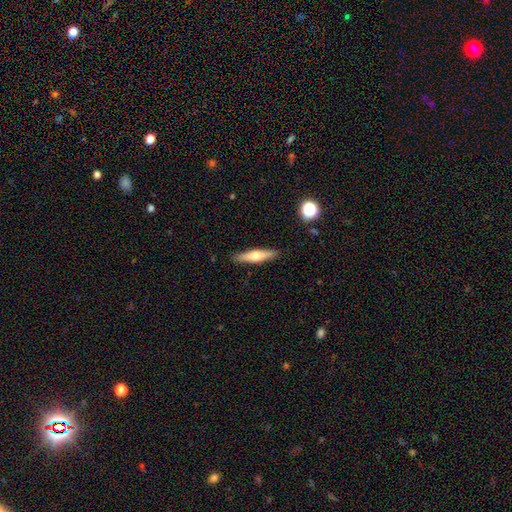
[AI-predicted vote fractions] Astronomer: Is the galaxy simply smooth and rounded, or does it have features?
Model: smooth — 51% (runner-up: featured or disk, 42%).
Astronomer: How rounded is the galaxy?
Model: cigar-shaped — 80%.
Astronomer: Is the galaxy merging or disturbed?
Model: none — 89%.